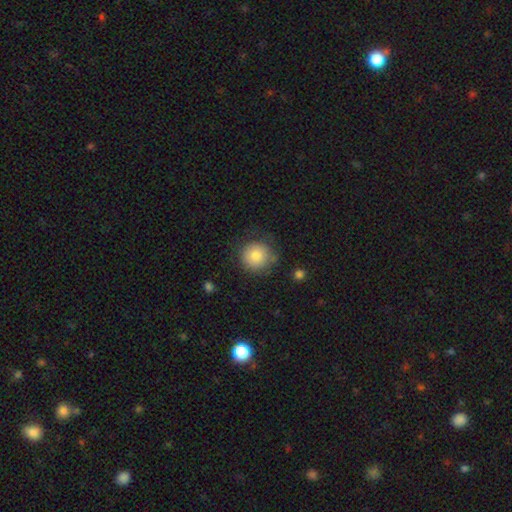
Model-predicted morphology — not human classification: Smooth or featured? Predicted: smooth (p=0.81). How rounded? Predicted: round (p=0.94). Merging? Predicted: none (p=0.75).